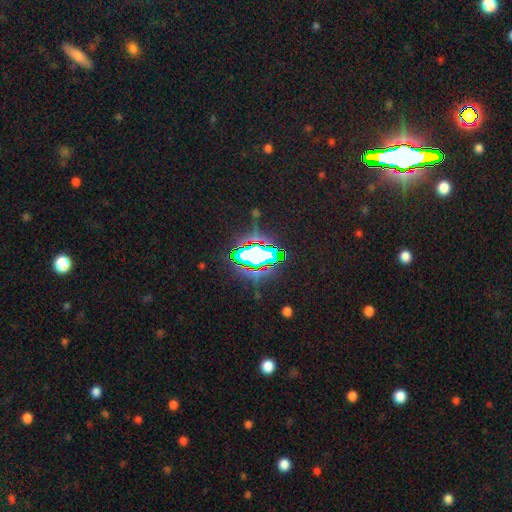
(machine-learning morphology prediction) Overall: star or artifact (65%).